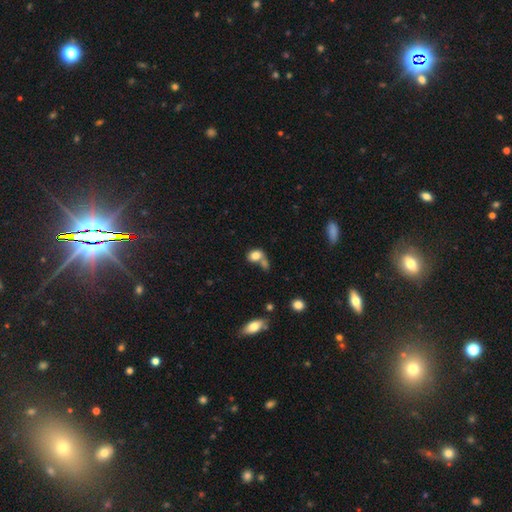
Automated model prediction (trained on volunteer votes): Smooth or featured?
  - smooth: 80% *
  - featured or disk: 10%
  - star or artifact: 10%
How rounded?
  - in between: 61% *
  - round: 37%
  - cigar-shaped: 2%
Merging?
  - merger: 46% *
  - none: 35%
  - minor disturbance: 12%
  - major disturbance: 7%